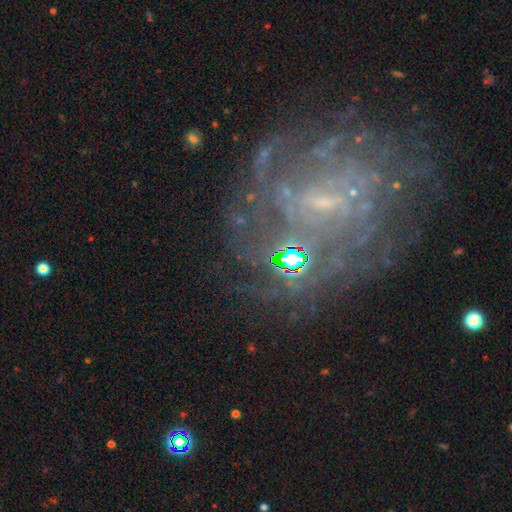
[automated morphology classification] A featured or disk galaxy (71%) with a weak bar (49%), tight (58%) spiral arms (83%) and a small central bulge (63%). Merging: none (64%).